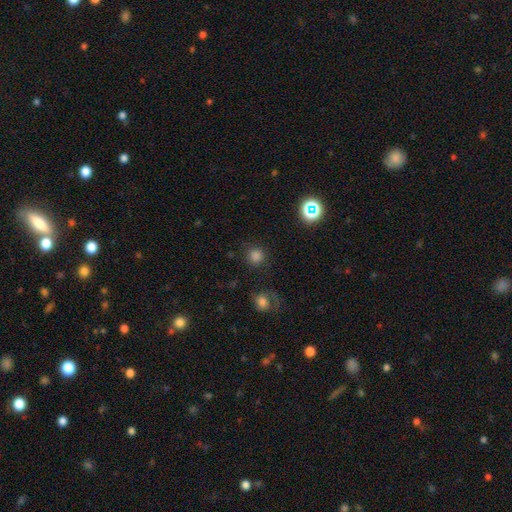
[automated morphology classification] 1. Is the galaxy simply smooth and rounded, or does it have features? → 77% smooth, 17% star or artifact, 6% featured or disk.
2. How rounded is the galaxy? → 93% round, 6% in between, 1% cigar-shaped.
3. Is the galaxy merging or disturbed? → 84% none, 8% minor disturbance, 5% major disturbance, 3% merger.